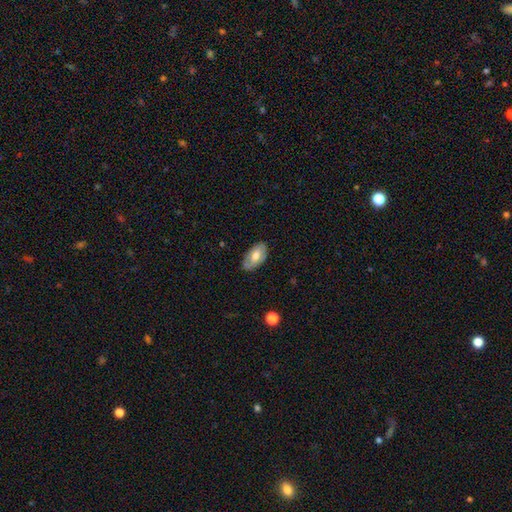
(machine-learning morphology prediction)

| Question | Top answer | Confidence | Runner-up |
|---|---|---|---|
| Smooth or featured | smooth | 52% | featured or disk (42%) |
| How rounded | in between | 94% | round (4%) |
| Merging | none | 79% | minor disturbance (16%) |